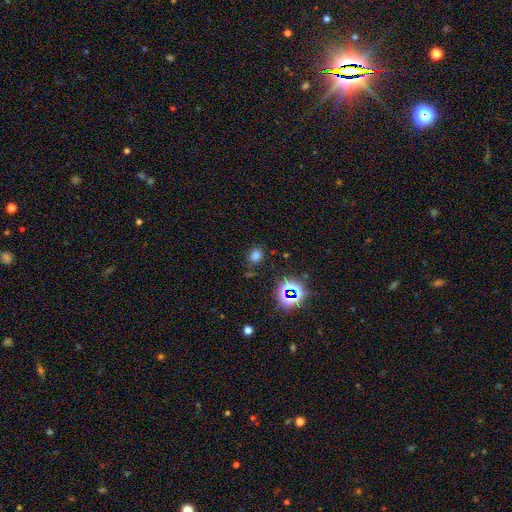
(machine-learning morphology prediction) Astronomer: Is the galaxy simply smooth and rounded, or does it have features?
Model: smooth — 69%.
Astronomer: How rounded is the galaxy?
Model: in between — 53% (runner-up: round, 46%).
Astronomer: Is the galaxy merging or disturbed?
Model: none — 80%.